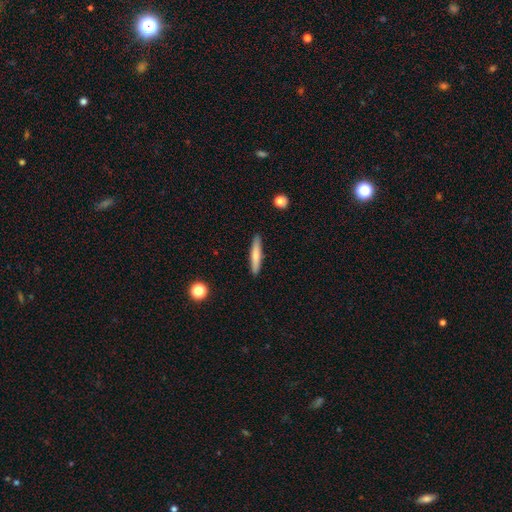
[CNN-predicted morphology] This appears to be a smooth galaxy with no disk features (71%) that is cigar-shaped (92%). Merging: none (90%).